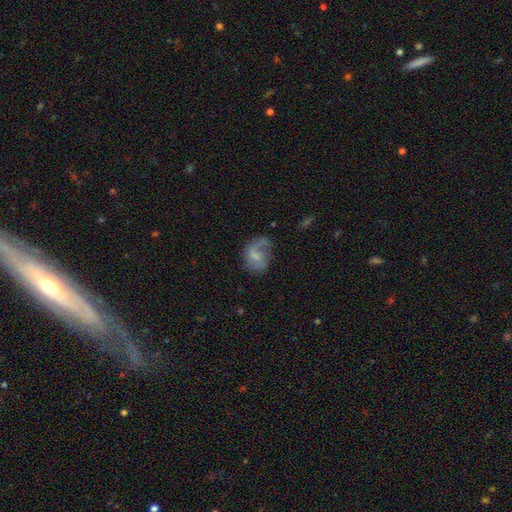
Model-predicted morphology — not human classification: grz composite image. It shows a featured or disk galaxy (47%). Merging: none (42%).